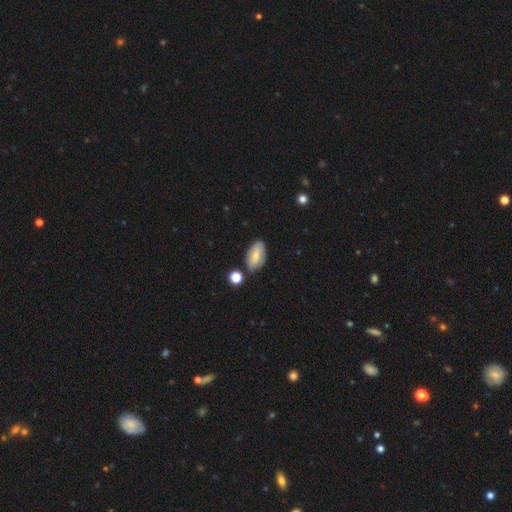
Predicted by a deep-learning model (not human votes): Q: Smooth or featured?
A: smooth (69%); runner-up: featured or disk (23%)
Q: How rounded?
A: in between (93%); runner-up: round (4%)
Q: Merging?
A: none (73%); runner-up: minor disturbance (17%)